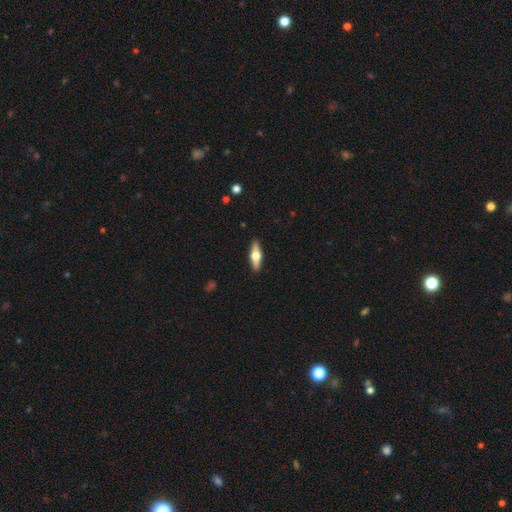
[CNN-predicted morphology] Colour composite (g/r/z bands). It shows a featured or disk galaxy (50%) viewed edge-on (92%). Merging: none (91%).